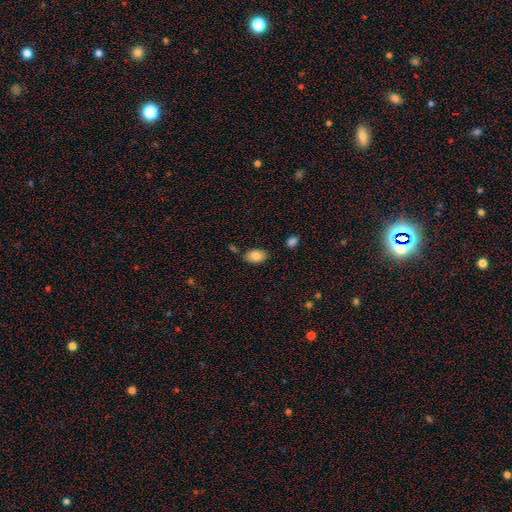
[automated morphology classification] smooth-or-featured: smooth: 85% | featured or disk: 8% | star or artifact: 7%
  how-rounded: in between: 90% | round: 9% | cigar-shaped: 1%
  merging: none: 79% | minor disturbance: 14% | merger: 5% | major disturbance: 3%